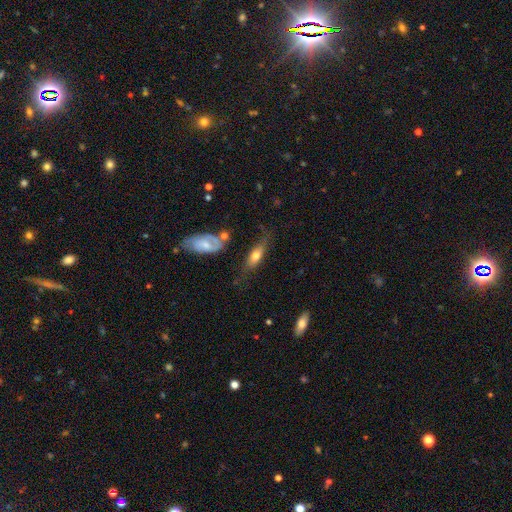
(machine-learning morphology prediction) smooth_or_featured: smooth (p=0.57) [alt: featured or disk p=0.36]
how_rounded: in between (p=0.60) [alt: cigar-shaped p=0.36]
merging: none (p=0.50) [alt: minor disturbance p=0.26]